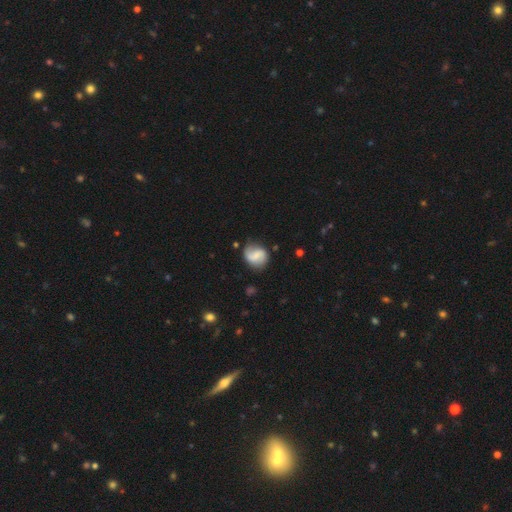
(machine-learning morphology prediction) This is possibly a featured or disk galaxy (53%). It is clearly not viewed edge-on (97%). Bar: marginally weak (44%). Spiral arm pattern: clearly yes (86%). Central bulge: marginally none (36%, tied with small). Merging: likely none (72%).